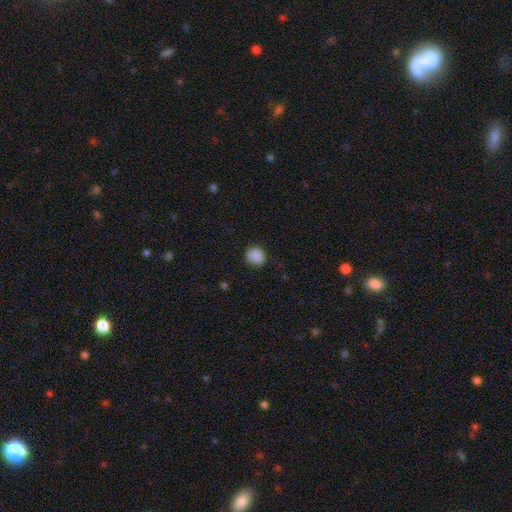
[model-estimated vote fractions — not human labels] A smooth galaxy with no disk features (88%) that is round (81%).

Vote fractions:
- Smooth or featured? smooth: 88% / star or artifact: 9% / featured or disk: 3%
- How rounded? round: 81% / in between: 19% / cigar-shaped: 1%
- Merging? none: 82% / minor disturbance: 13% / major disturbance: 3% / merger: 1%